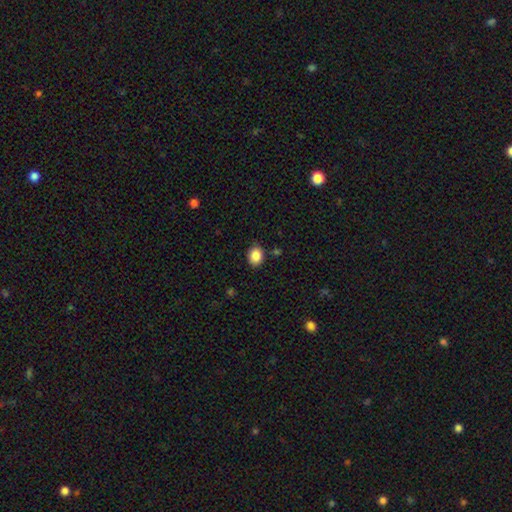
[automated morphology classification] Smooth or featured?
  - smooth: 88% *
  - star or artifact: 8%
  - featured or disk: 4%
How rounded?
  - in between: 56% *
  - round: 43%
  - cigar-shaped: 1%
Merging?
  - none: 85% *
  - minor disturbance: 10%
  - major disturbance: 2%
  - merger: 2%